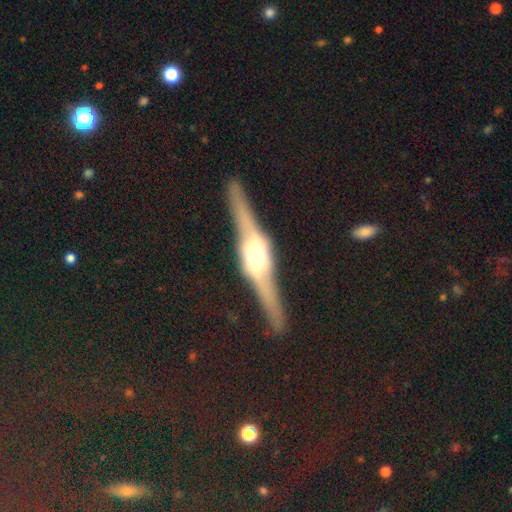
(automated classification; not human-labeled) Smooth or featured?
  - featured or disk: 82% *
  - smooth: 13%
  - star or artifact: 5%
Edge-on disk?
  - yes: 95% *
  - no: 5%
Edge-on bulge?
  - rounded: 88% *
  - boxy: 10%
  - none: 3%
Merging?
  - none: 84% *
  - minor disturbance: 11%
  - major disturbance: 3%
  - merger: 2%